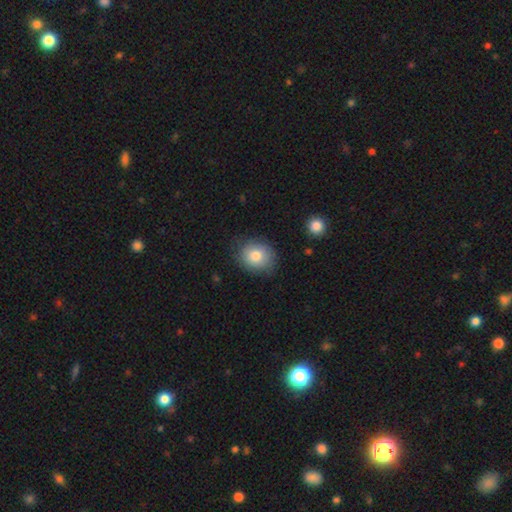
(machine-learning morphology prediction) Smooth or featured? smooth (79%)
How rounded? round (64%)
Merging? none (78%)